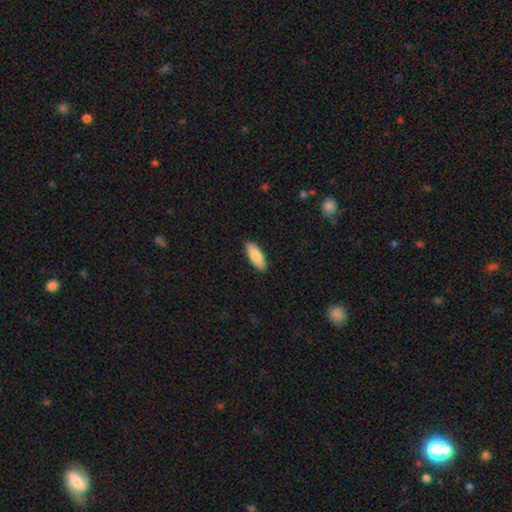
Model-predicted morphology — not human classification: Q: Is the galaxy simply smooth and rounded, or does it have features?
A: smooth — 85%.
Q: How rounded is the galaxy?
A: in between — 74%.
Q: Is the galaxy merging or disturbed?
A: none — 89%.